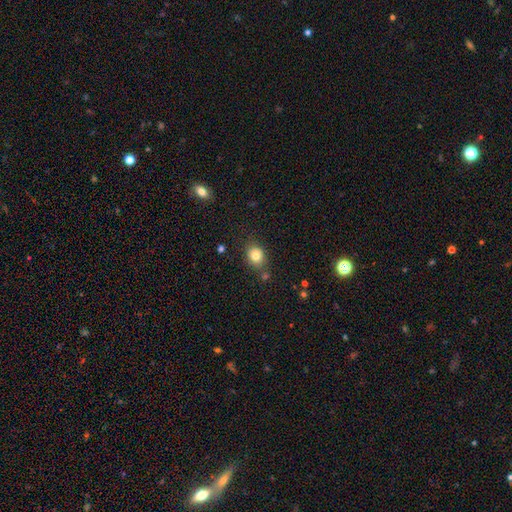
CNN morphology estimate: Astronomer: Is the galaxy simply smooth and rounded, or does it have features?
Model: smooth — 81%.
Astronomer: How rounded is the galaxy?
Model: round — 60% (runner-up: in between, 39%).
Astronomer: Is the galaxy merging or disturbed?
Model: none — 74%.